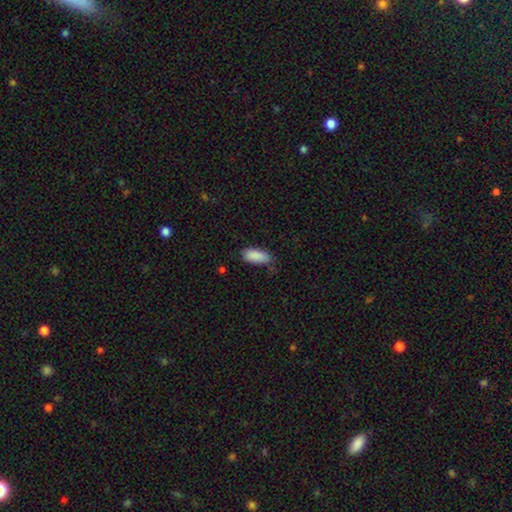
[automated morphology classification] Smooth or featured? Predicted: smooth (p=0.89). How rounded? Predicted: in between (p=0.84). Merging? Predicted: none (p=0.68).